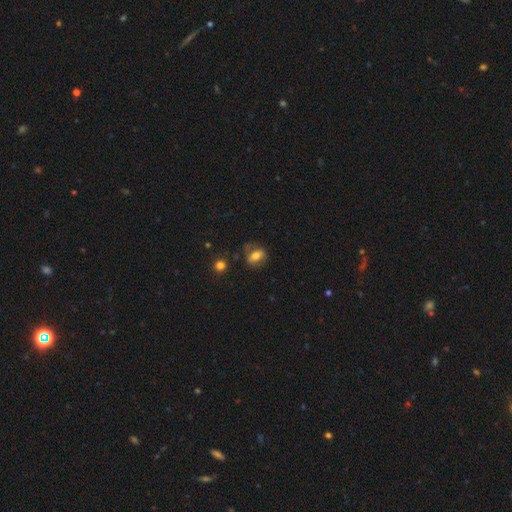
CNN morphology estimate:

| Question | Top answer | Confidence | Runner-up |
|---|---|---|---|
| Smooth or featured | smooth | 59% | featured or disk (30%) |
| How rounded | in between | 69% | round (24%) |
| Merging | none | 66% | minor disturbance (21%) |